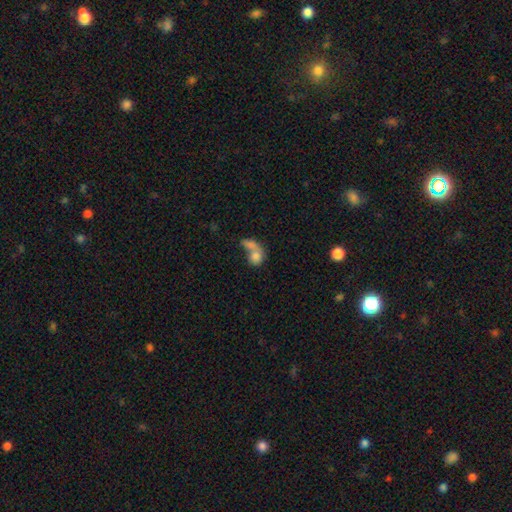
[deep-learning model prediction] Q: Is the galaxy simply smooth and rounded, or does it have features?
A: smooth — 75%.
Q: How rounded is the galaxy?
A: round — 51%.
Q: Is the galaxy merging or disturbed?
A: merger — 63%.